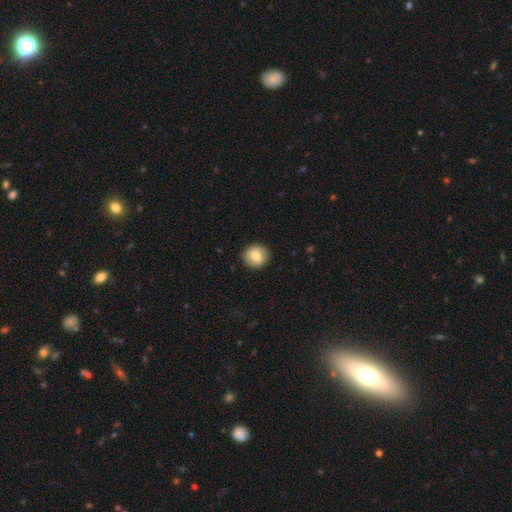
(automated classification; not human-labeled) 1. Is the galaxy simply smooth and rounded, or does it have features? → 77% smooth, 15% featured or disk, 8% star or artifact.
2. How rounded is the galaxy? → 92% round, 7% in between, 1% cigar-shaped.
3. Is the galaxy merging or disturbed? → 90% none, 7% minor disturbance, 2% major disturbance, 1% merger.